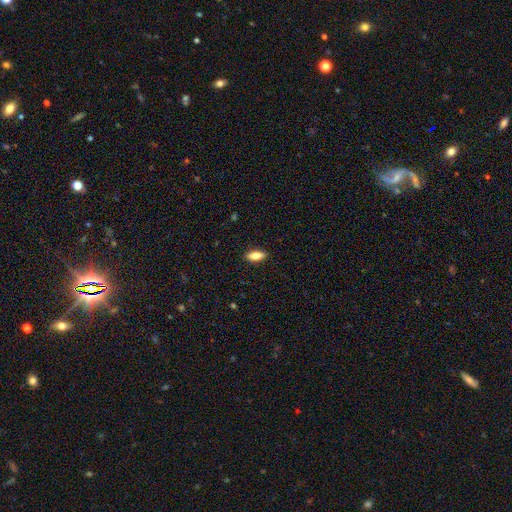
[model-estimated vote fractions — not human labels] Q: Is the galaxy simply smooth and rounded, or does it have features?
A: smooth — 80%.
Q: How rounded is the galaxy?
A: in between — 74%.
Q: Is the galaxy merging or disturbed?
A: none — 88%.